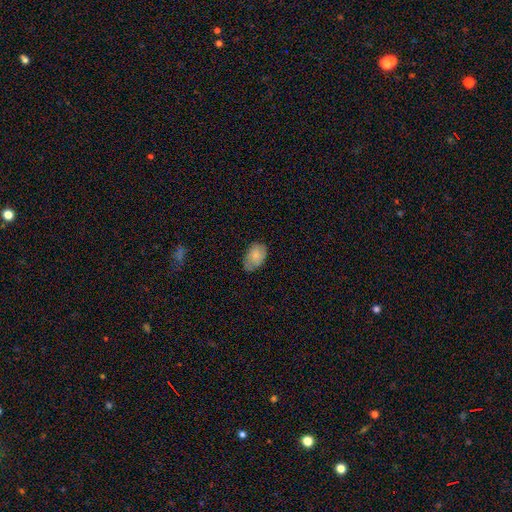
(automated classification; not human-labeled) Smooth or featured?
  - smooth: 78% *
  - featured or disk: 15%
  - star or artifact: 7%
How rounded?
  - in between: 89% *
  - round: 9%
  - cigar-shaped: 1%
Merging?
  - none: 71% *
  - minor disturbance: 24%
  - major disturbance: 4%
  - merger: 1%